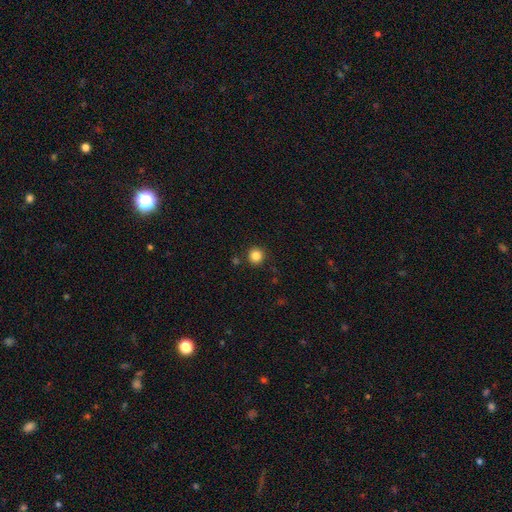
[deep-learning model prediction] A smooth galaxy with no disk features (84%) that is round (94%). Merging: none (90%).